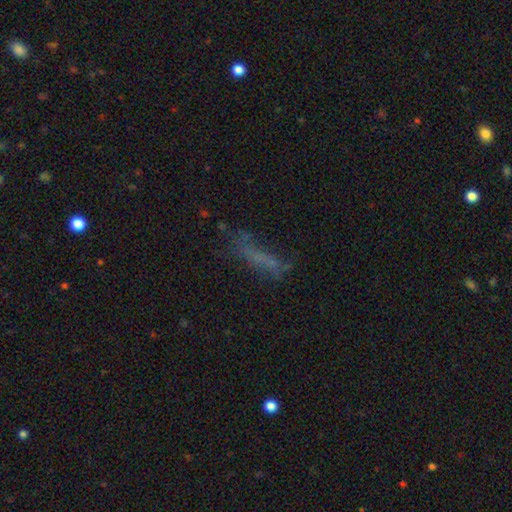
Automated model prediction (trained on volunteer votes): Morphology: type=smooth (49%); merging=none (51%).